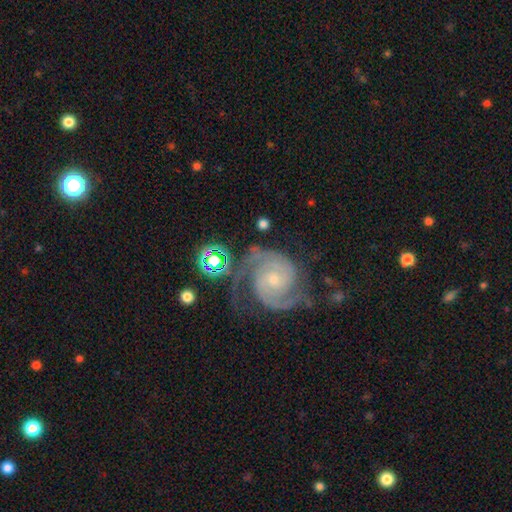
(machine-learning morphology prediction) This is clearly a featured or disk galaxy (90%). It is clearly not viewed edge-on (98%). Bar: likely no (70%). Spiral arm pattern: clearly yes (98%). Spiral arm count: likely 2 (77%). Spiral winding: possibly tight (48%). Central bulge: likely small (73%). Merging: likely none (66%).